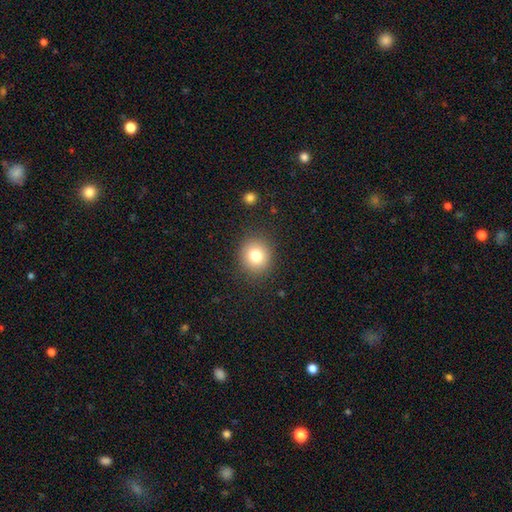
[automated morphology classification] A smooth galaxy with no disk features (79%) that is round (85%). Merging: none (89%).